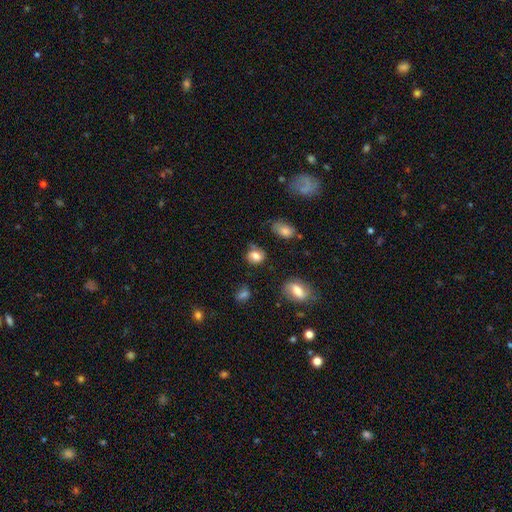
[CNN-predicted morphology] smooth-or-featured: smooth: 73% | featured or disk: 16% | star or artifact: 11%
  how-rounded: round: 52% | in between: 47% | cigar-shaped: 1%
  merging: none: 63% | minor disturbance: 24% | major disturbance: 9% | merger: 5%